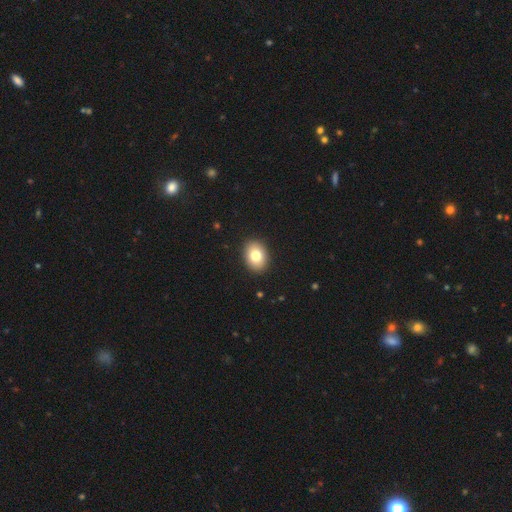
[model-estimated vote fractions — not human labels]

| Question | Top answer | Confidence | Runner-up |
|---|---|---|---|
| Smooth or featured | smooth | 80% | featured or disk (12%) |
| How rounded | in between | 71% | round (28%) |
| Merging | none | 91% | minor disturbance (7%) |